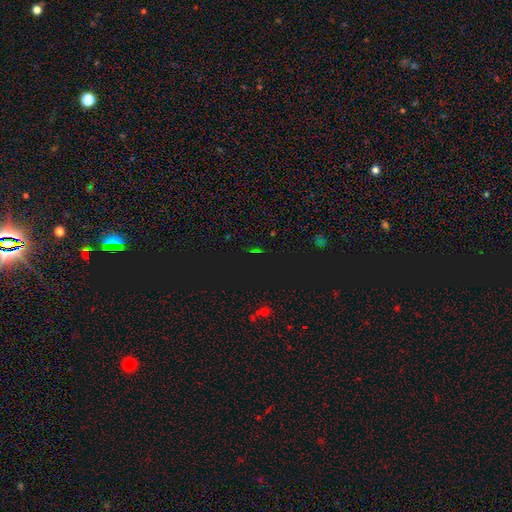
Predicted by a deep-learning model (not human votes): smooth-or-featured: star or artifact: 72% | smooth: 16% | featured or disk: 12%